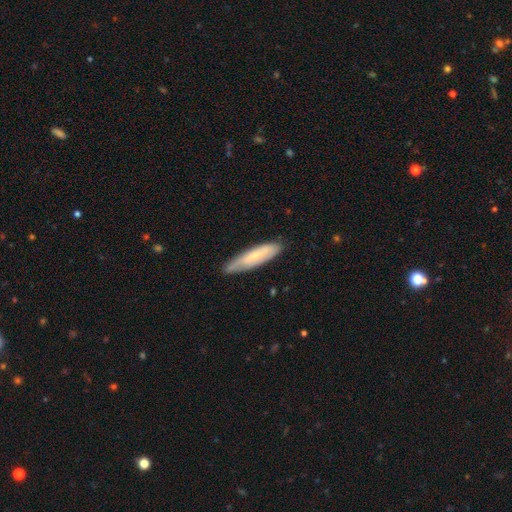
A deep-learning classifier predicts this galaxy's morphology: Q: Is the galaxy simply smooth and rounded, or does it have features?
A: smooth — 58%.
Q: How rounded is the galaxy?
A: cigar-shaped — 74%.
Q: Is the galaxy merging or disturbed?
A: none — 75%.